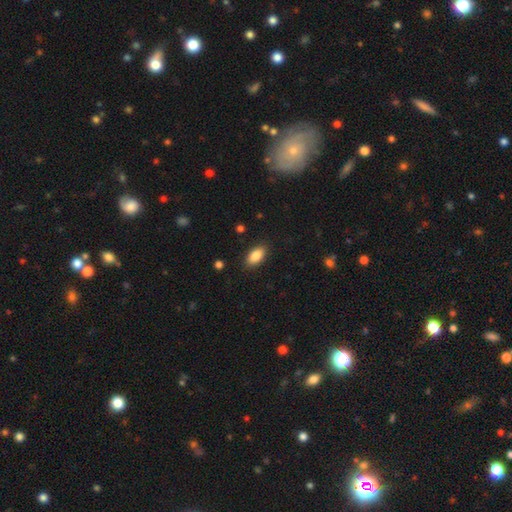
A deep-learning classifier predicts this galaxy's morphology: Smooth or featured?
  - smooth: 88% *
  - star or artifact: 7%
  - featured or disk: 5%
How rounded?
  - in between: 92% *
  - cigar-shaped: 5%
  - round: 4%
Merging?
  - none: 87% *
  - minor disturbance: 9%
  - major disturbance: 2%
  - merger: 1%